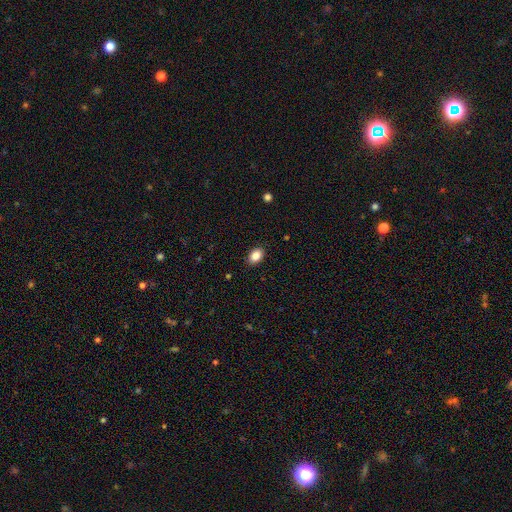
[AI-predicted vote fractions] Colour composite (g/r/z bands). It shows a smooth galaxy with no disk features (87%) that is in between round and cigar-shaped (84%). Merging: none (89%).